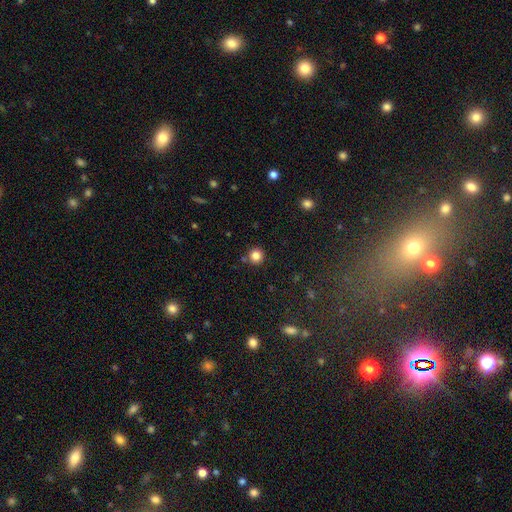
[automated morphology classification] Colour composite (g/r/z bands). It shows a smooth galaxy with no disk features (83%) that is round (94%). Merging: none (87%).